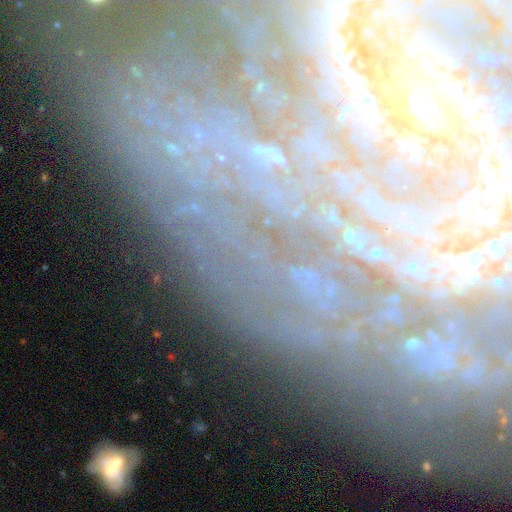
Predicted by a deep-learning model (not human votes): Smooth or featured: featured or disk — 49% (star or artifact — 37%)
Merging: none — 67% (minor disturbance — 16%)